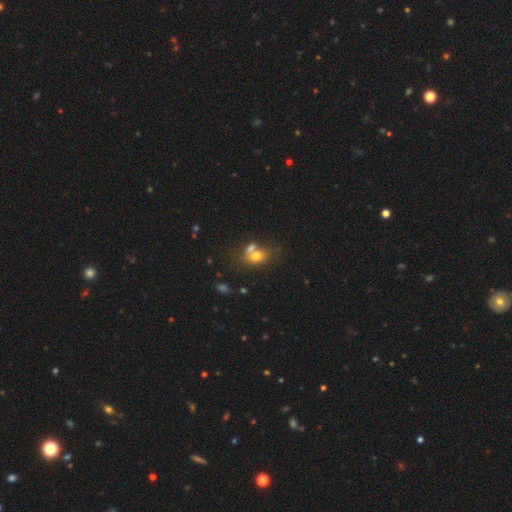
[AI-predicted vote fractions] smooth-or-featured: smooth: 72% | featured or disk: 16% | star or artifact: 12%
  how-rounded: in between: 57% | round: 41% | cigar-shaped: 1%
  merging: merger: 48% | none: 34% | minor disturbance: 11% | major disturbance: 6%